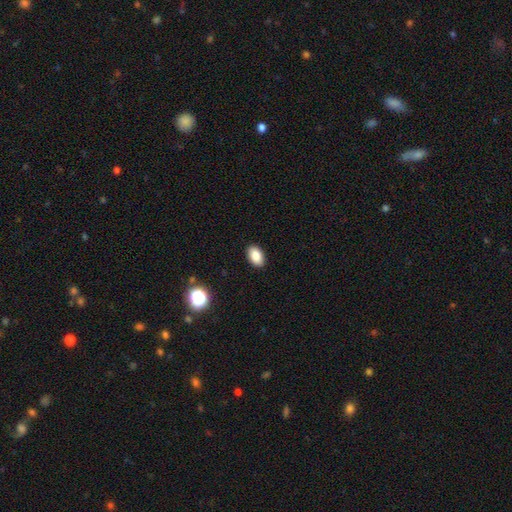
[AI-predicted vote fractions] Smooth or featured?
  - smooth: 86% *
  - star or artifact: 9%
  - featured or disk: 6%
How rounded?
  - in between: 90% *
  - round: 9%
  - cigar-shaped: 1%
Merging?
  - none: 90% *
  - minor disturbance: 7%
  - major disturbance: 2%
  - merger: 1%